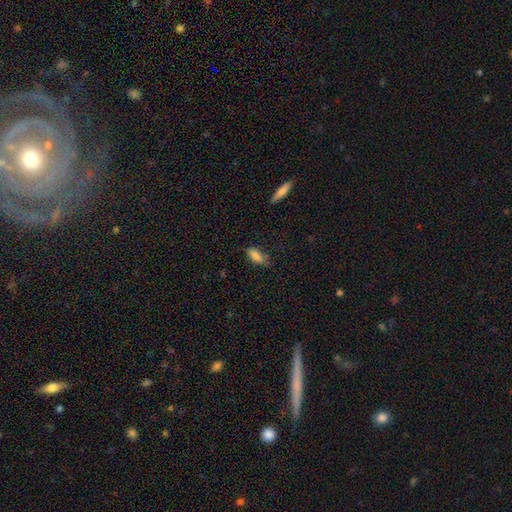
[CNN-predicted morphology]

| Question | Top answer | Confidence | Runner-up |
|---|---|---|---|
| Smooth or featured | smooth | 84% | star or artifact (9%) |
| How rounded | in between | 81% | cigar-shaped (17%) |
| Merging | none | 66% | minor disturbance (26%) |